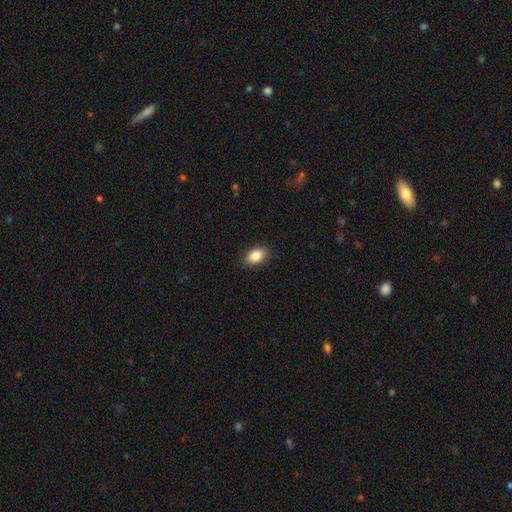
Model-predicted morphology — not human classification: Smooth or featured? smooth (86%)
How rounded? in between (83%)
Merging? none (89%)